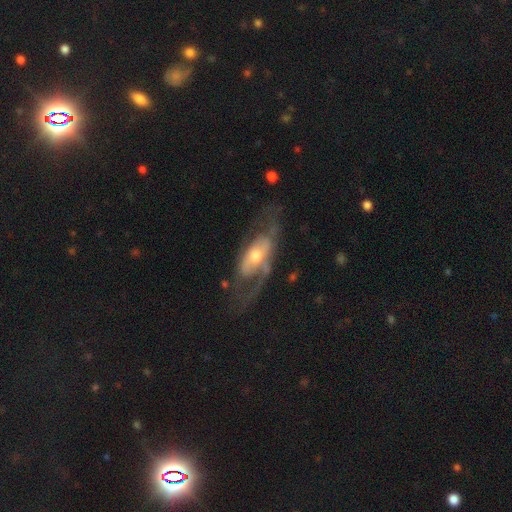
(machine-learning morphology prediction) featured or disk 78%, smooth 17%, star or artifact 5%. Down the decision tree: edge-on disk — no (89%); bar — no (56%); spiral arms — yes (76%); spiral arm count — 2 (59%); spiral winding — medium (43%); bulge size — moderate (62%); merging — none (50%).